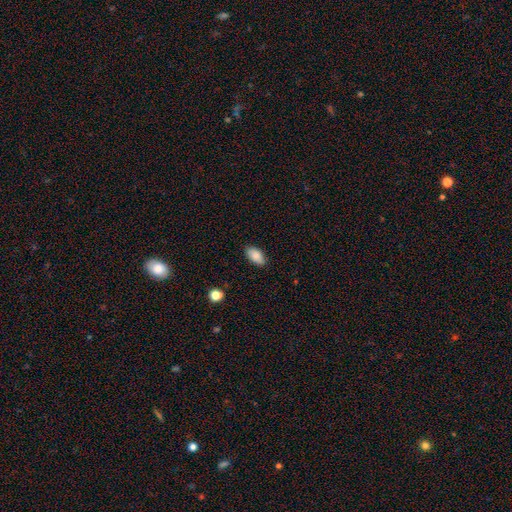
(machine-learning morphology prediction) smooth_or_featured: smooth (p=0.86) [alt: star or artifact p=0.07]
how_rounded: in between (p=0.93) [alt: cigar-shaped p=0.04]
merging: none (p=0.85) [alt: minor disturbance p=0.12]